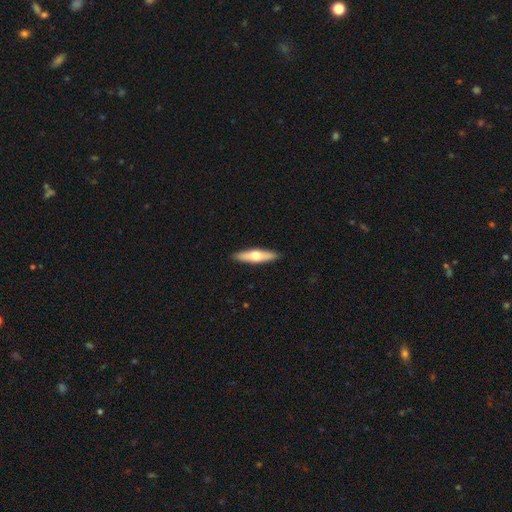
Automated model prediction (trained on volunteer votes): smooth-or-featured: featured or disk: 48% | smooth: 47% | star or artifact: 5%
  merging: none: 91% | minor disturbance: 7% | major disturbance: 1% | merger: 1%